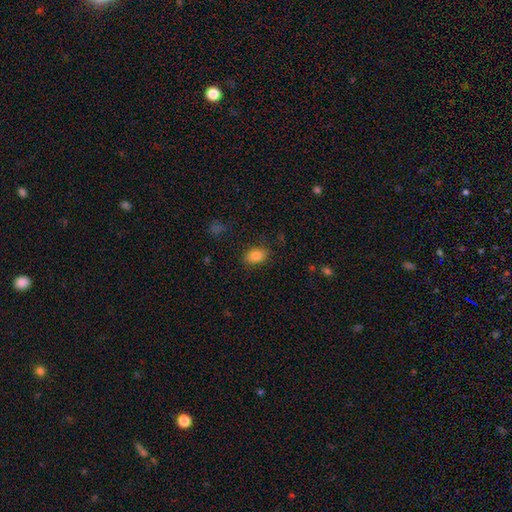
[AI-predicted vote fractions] Smooth or featured? smooth (83%)
How rounded? in between (81%)
Merging? none (84%)